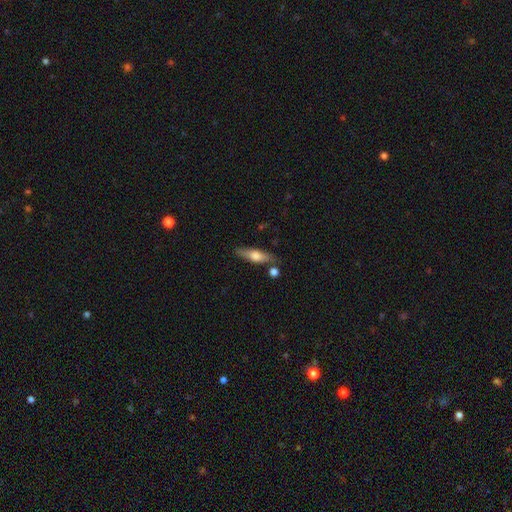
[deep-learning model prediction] Q: Smooth or featured?
A: smooth (50%); runner-up: featured or disk (44%)
Q: Merging?
A: none (78%); runner-up: minor disturbance (13%)